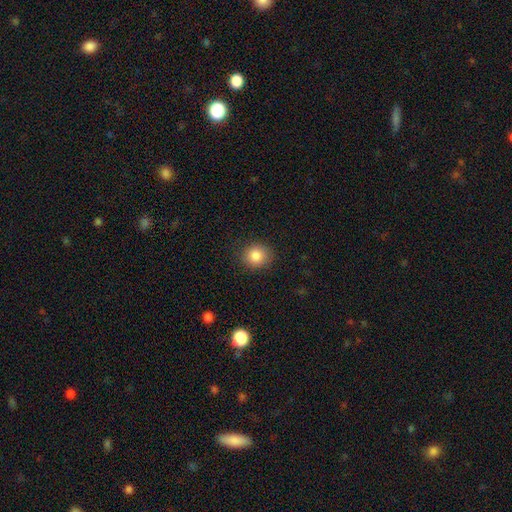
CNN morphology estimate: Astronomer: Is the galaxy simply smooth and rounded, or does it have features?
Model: smooth — 85%.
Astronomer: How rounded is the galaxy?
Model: round — 83%.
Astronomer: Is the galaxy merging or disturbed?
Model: none — 88%.